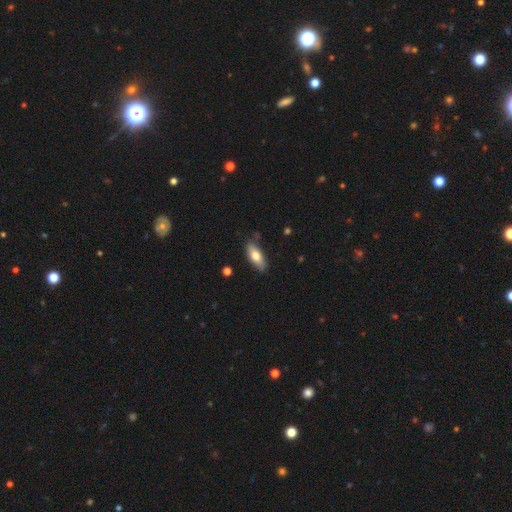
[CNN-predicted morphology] Q: Smooth or featured?
A: smooth (74%); runner-up: featured or disk (20%)
Q: How rounded?
A: in between (77%); runner-up: cigar-shaped (21%)
Q: Merging?
A: none (80%); runner-up: minor disturbance (15%)